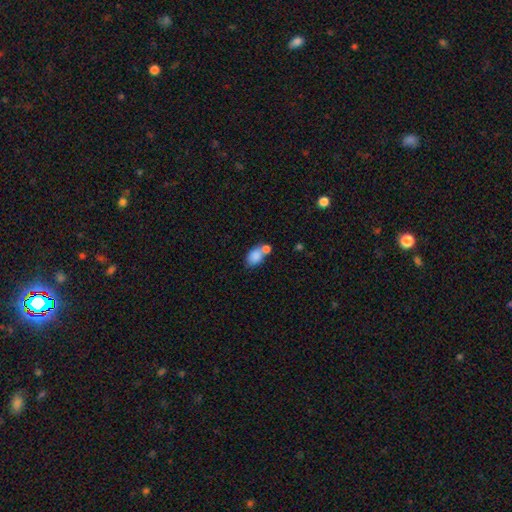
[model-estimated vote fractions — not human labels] The model was most divided on "merging": merger: 46%, none: 36%, minor disturbance: 13%, major disturbance: 5%. More confident: smooth or featured — smooth (82%); how rounded — in between (79%).